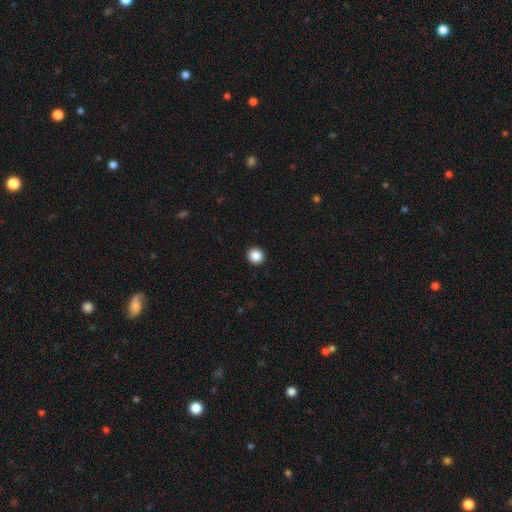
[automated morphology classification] type=smooth (87%); roundness=round (93%); merging=none (94%).